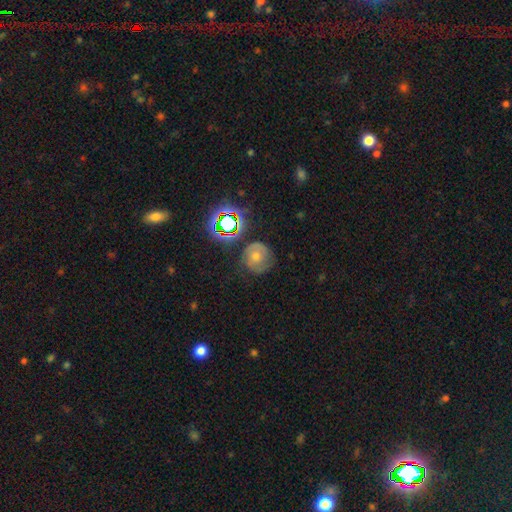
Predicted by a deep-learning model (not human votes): A featured or disk galaxy (46%).

Vote fractions:
- Smooth or featured? featured or disk: 46% / star or artifact: 30% / smooth: 25%
- Merging? none: 73% / minor disturbance: 17% / major disturbance: 7% / merger: 3%